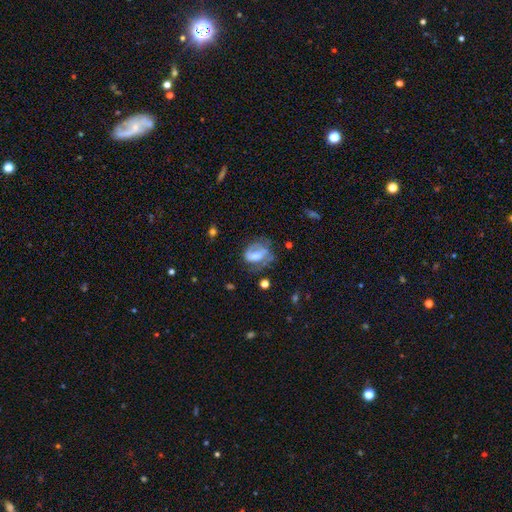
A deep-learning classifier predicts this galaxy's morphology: type=featured or disk (55%); edge-on=no (96%); bar=no (45%); spiral arms=yes (62%); bulge=moderate (46%); merging=none (42%).